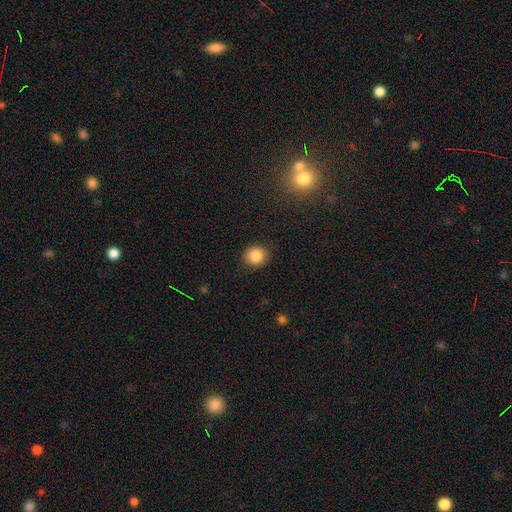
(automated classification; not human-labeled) Smooth or featured?
  - smooth: 86% *
  - star or artifact: 10%
  - featured or disk: 4%
How rounded?
  - round: 81% *
  - in between: 18%
  - cigar-shaped: 1%
Merging?
  - none: 89% *
  - minor disturbance: 7%
  - major disturbance: 2%
  - merger: 1%